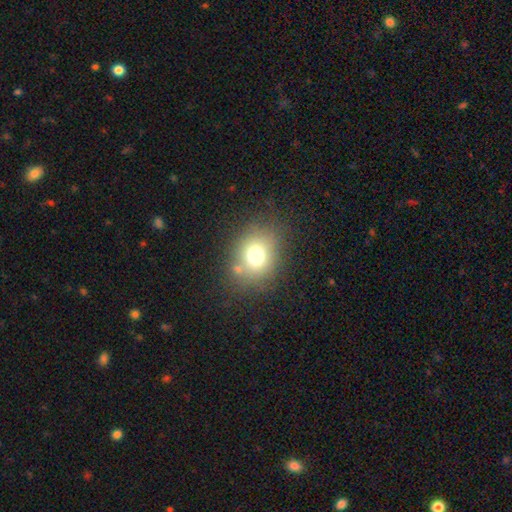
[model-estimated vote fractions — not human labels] Smooth or featured?
  - smooth: 73% *
  - star or artifact: 15%
  - featured or disk: 12%
How rounded?
  - round: 64% *
  - in between: 35%
  - cigar-shaped: 1%
Merging?
  - none: 73% *
  - minor disturbance: 14%
  - merger: 7%
  - major disturbance: 6%